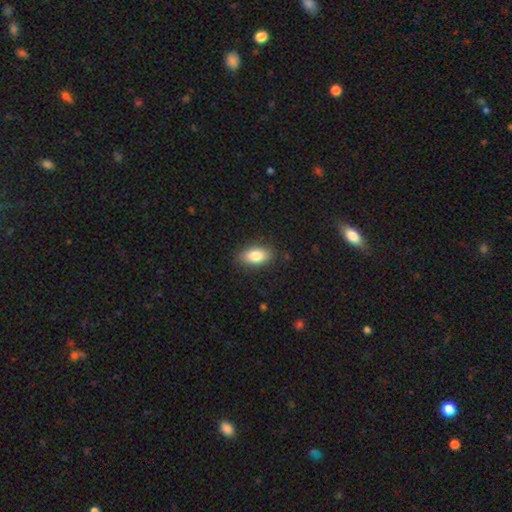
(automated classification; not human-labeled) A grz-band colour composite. It shows a smooth galaxy with no disk features (83%) that is in between round and cigar-shaped (89%). Merging: none (85%).